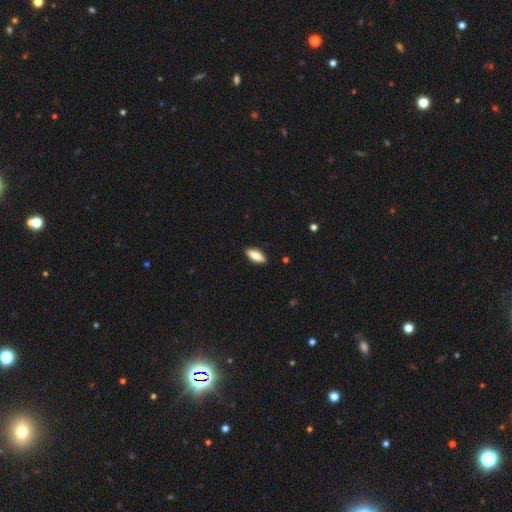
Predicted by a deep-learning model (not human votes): Smooth or featured?
  - smooth: 75% *
  - featured or disk: 19%
  - star or artifact: 6%
How rounded?
  - in between: 68% *
  - cigar-shaped: 30%
  - round: 2%
Merging?
  - none: 89% *
  - minor disturbance: 9%
  - major disturbance: 2%
  - merger: 1%